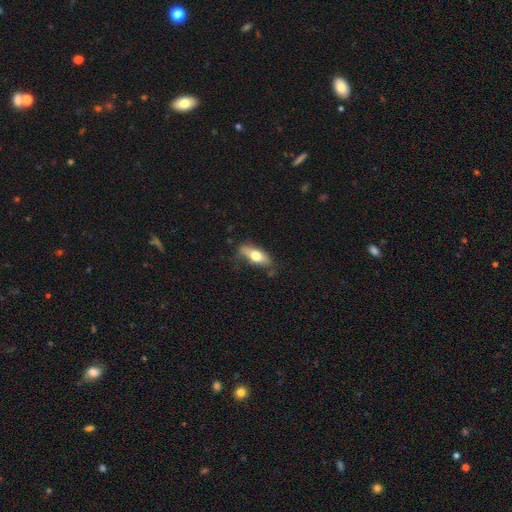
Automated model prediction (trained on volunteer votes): Smooth or featured? Predicted: smooth (p=0.62). How rounded? Predicted: in between (p=0.66). Merging? Predicted: none (p=0.65).